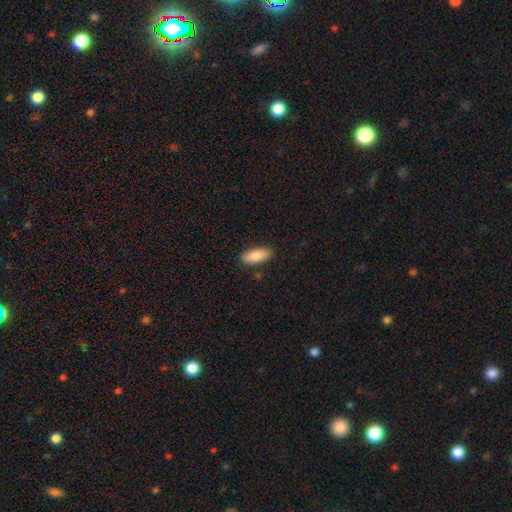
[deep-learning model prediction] A smooth galaxy with no disk features (86%) that is in between round and cigar-shaped (84%). Merging: none (87%).